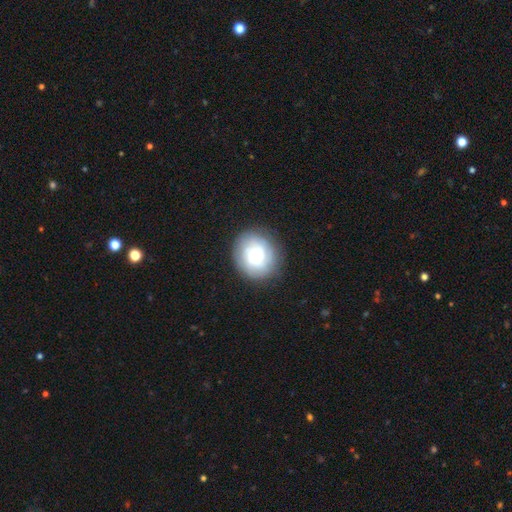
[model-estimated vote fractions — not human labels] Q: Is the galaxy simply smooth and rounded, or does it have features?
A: featured or disk — 47%.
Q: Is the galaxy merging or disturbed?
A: none — 84%.